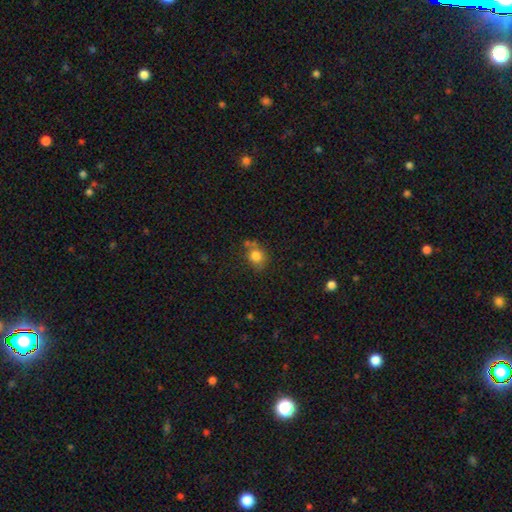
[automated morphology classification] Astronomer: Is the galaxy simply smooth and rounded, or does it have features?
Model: smooth — 80%.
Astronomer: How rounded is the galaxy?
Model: round — 72%.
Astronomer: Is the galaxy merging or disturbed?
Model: none — 59%.